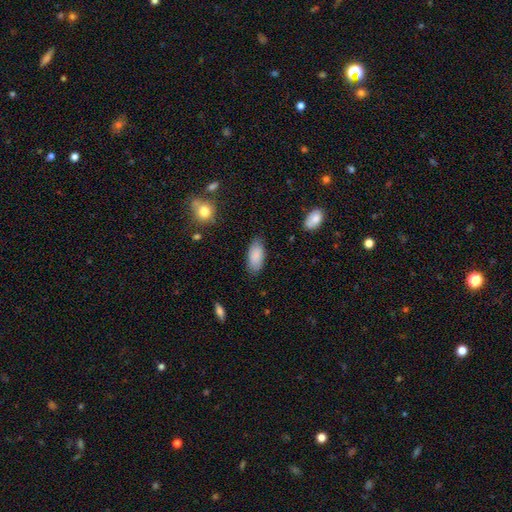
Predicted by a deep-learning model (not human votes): This is clearly a smooth galaxy (87%). How rounded: clearly in between (89%). Merging: clearly none (83%).